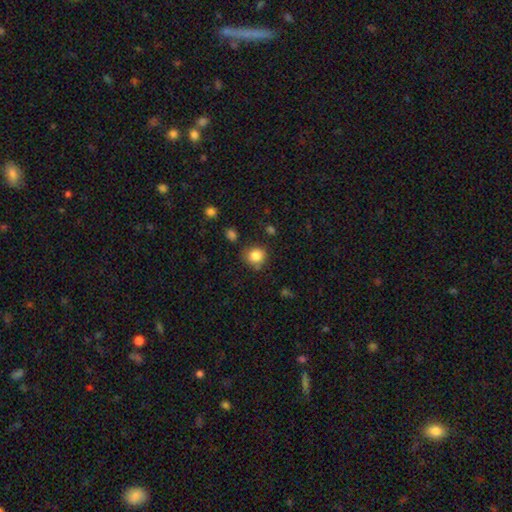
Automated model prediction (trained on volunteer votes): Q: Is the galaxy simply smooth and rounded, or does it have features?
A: smooth — 84%.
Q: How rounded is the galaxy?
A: round — 82%.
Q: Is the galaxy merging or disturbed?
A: none — 77%.